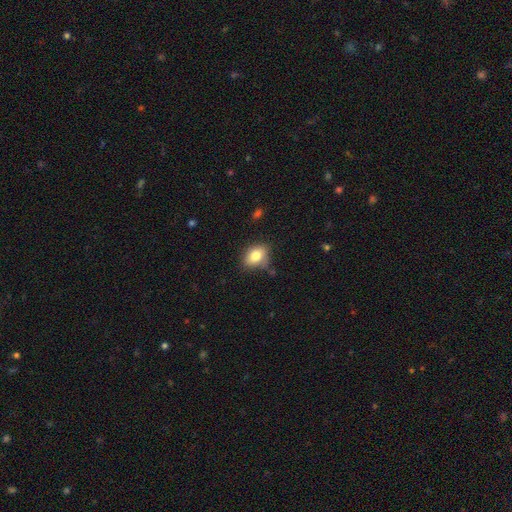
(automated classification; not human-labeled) smooth-or-featured: smooth: 80% | featured or disk: 11% | star or artifact: 9%
  how-rounded: in between: 73% | round: 25% | cigar-shaped: 1%
  merging: none: 69% | minor disturbance: 22% | major disturbance: 5% | merger: 4%